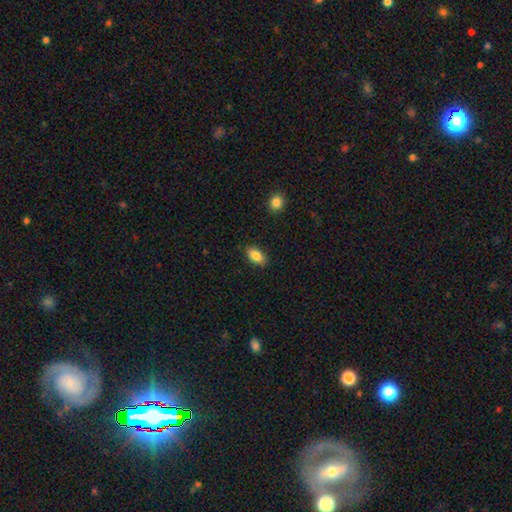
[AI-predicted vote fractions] Overall: smooth (86%). How rounded: in between (92%). Merging: none (88%).